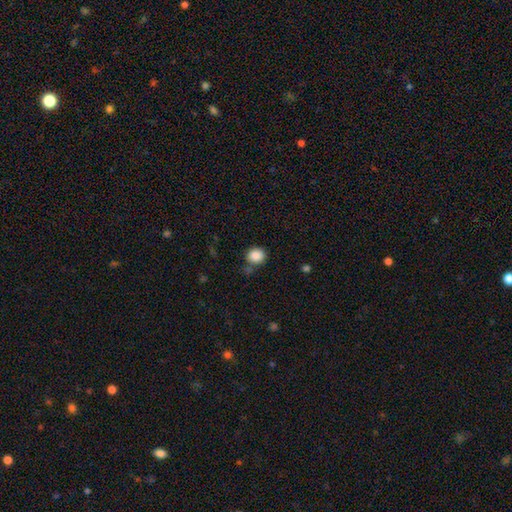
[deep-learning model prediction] Smooth or featured? Predicted: smooth (p=0.87). How rounded? Predicted: round (p=0.77). Merging? Predicted: none (p=0.76).